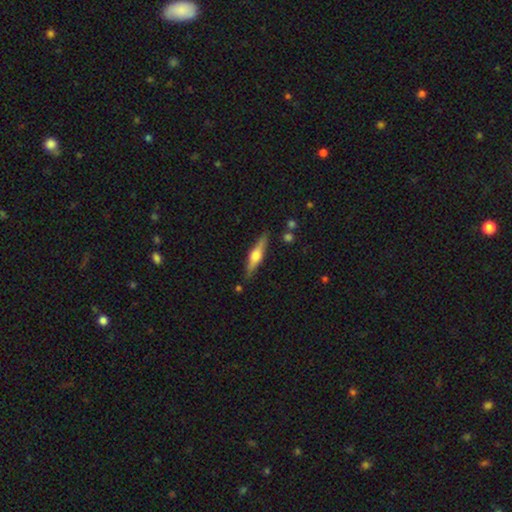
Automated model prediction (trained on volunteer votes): The model was most divided on "smooth or featured": featured or disk: 62%, smooth: 32%, star or artifact: 6%. More confident: edge-on disk — yes (96%); edge-on bulge — rounded (89%); merging — none (83%).